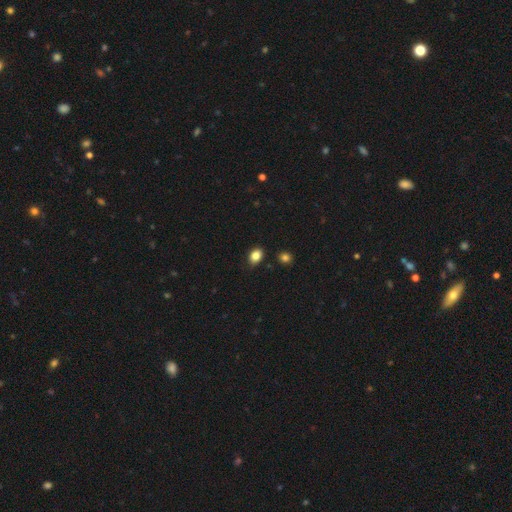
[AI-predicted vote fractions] Overall: smooth (86%). How rounded: in between (65%; round 33%). Merging: none (85%).